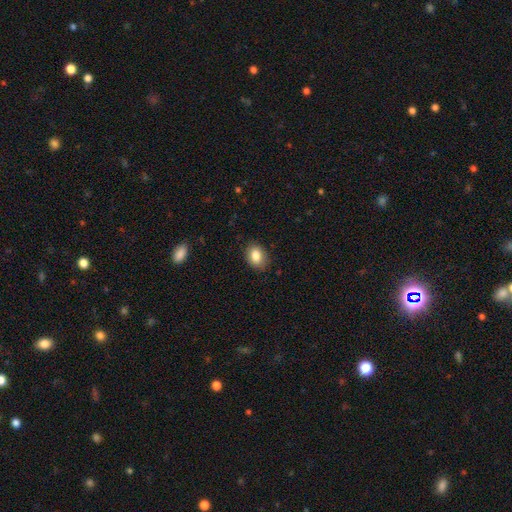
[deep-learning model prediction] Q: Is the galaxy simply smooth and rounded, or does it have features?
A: smooth — 85%.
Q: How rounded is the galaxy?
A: in between — 70%.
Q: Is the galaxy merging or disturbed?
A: none — 85%.